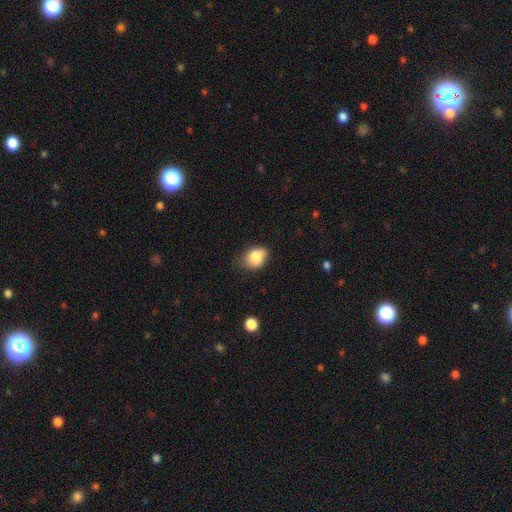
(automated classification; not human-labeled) Smooth or featured?
  - smooth: 84% *
  - star or artifact: 9%
  - featured or disk: 7%
How rounded?
  - in between: 68% *
  - round: 31%
  - cigar-shaped: 1%
Merging?
  - none: 57% *
  - minor disturbance: 34%
  - major disturbance: 7%
  - merger: 2%